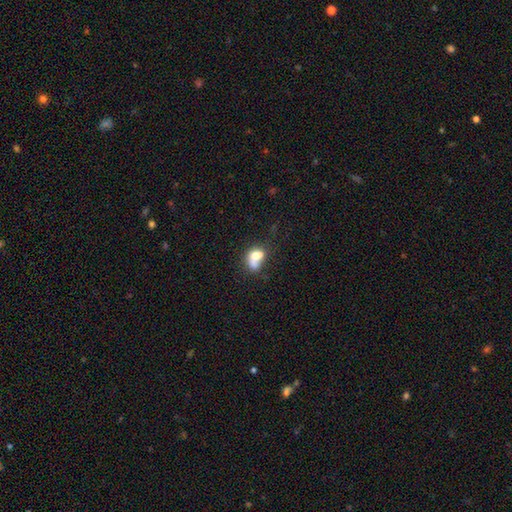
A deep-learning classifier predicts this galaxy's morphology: type=smooth (69%); roundness=in between (62%); merging=merger (47%).